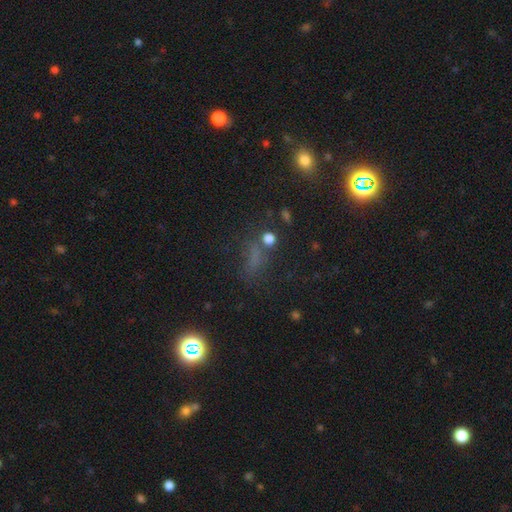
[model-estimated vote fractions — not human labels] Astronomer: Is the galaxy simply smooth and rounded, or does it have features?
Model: star or artifact — 44% (runner-up: smooth, 42%).